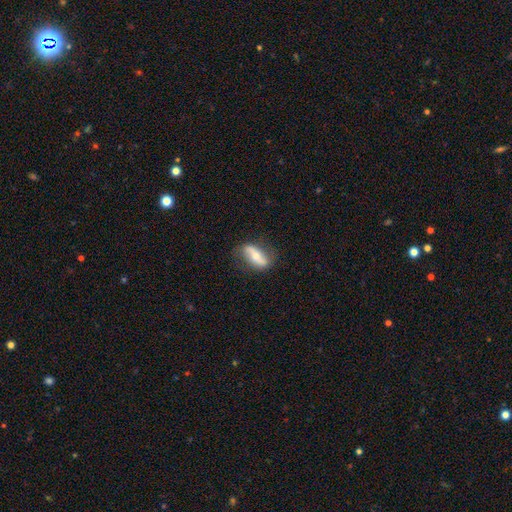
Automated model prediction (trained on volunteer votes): A featured or disk galaxy (61%). Merging: none (76%).